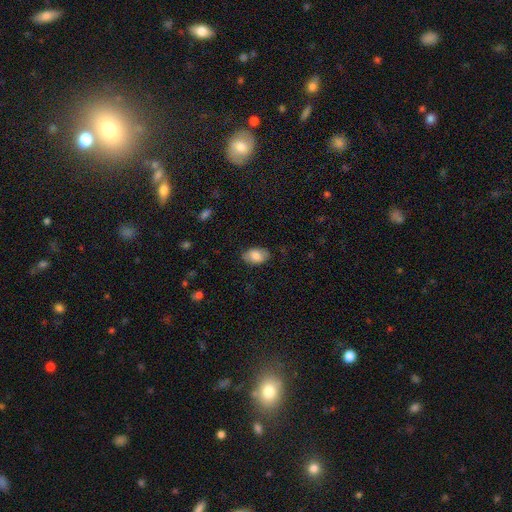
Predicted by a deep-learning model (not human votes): This appears to be a smooth galaxy with no disk features (82%) that is in between round and cigar-shaped (90%). Merging: none (82%).